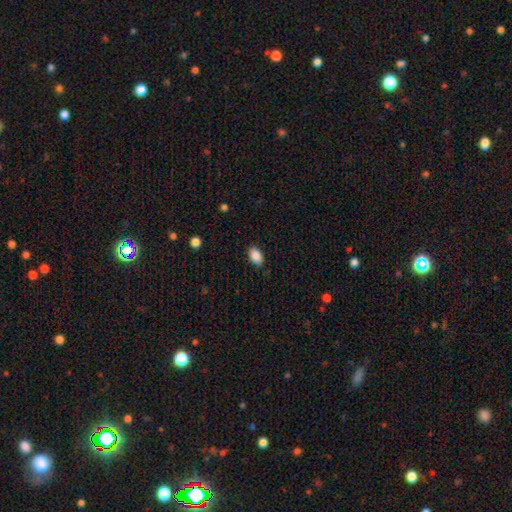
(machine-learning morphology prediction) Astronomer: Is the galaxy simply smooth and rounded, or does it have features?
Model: smooth — 89%.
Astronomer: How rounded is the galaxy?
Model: in between — 91%.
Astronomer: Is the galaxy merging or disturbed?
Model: none — 87%.